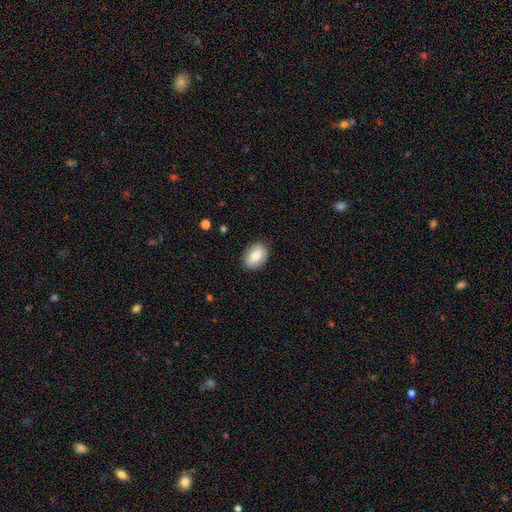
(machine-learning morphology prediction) A smooth galaxy with no disk features (79%) that is in between round and cigar-shaped (76%).

Vote fractions:
- Smooth or featured? smooth: 79% / featured or disk: 14% / star or artifact: 7%
- How rounded? in between: 76% / round: 23% / cigar-shaped: 1%
- Merging? none: 86% / minor disturbance: 11% / major disturbance: 2% / merger: 1%